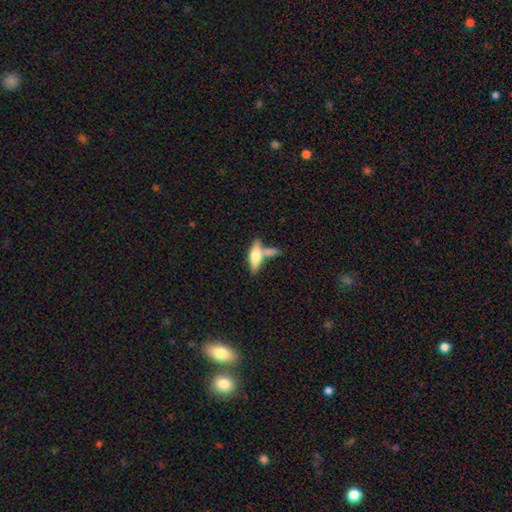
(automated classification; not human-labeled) The model was most divided on "how rounded": in between: 53%, cigar-shaped: 44%, round: 3%. Remaining: smooth or featured — smooth (53%); merging — none (47%).